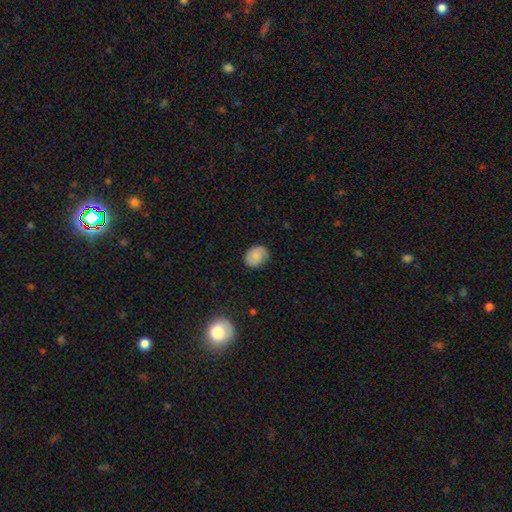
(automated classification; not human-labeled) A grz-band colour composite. It shows a smooth galaxy with no disk features (74%) that is in between round and cigar-shaped (56%). Merging: none (79%).